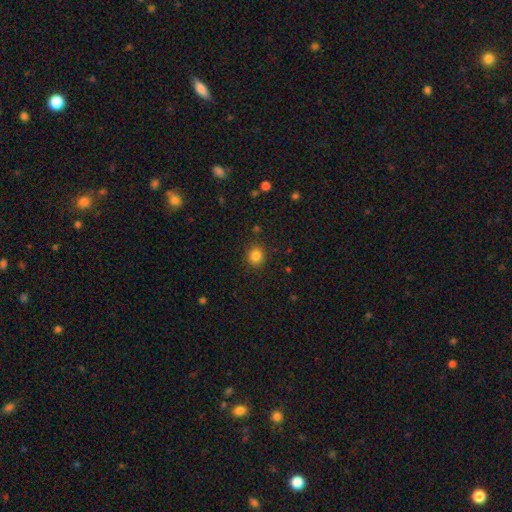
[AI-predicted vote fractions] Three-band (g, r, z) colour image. It shows a smooth galaxy with no disk features (84%) that is round (83%). Merging: none (89%).